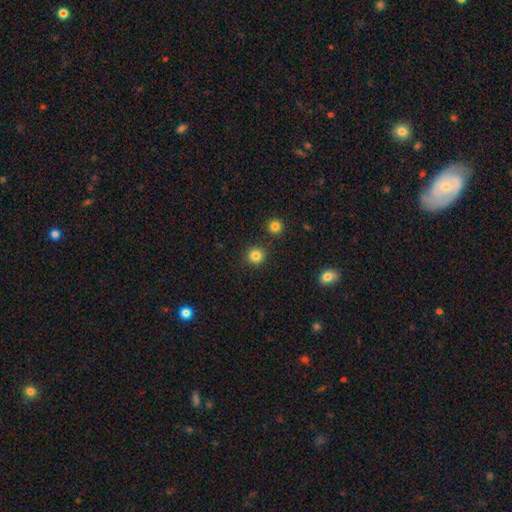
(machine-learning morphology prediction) Smooth or featured?
  - smooth: 84% *
  - star or artifact: 12%
  - featured or disk: 4%
How rounded?
  - round: 93% *
  - in between: 6%
  - cigar-shaped: 1%
Merging?
  - none: 90% *
  - minor disturbance: 5%
  - merger: 3%
  - major disturbance: 2%